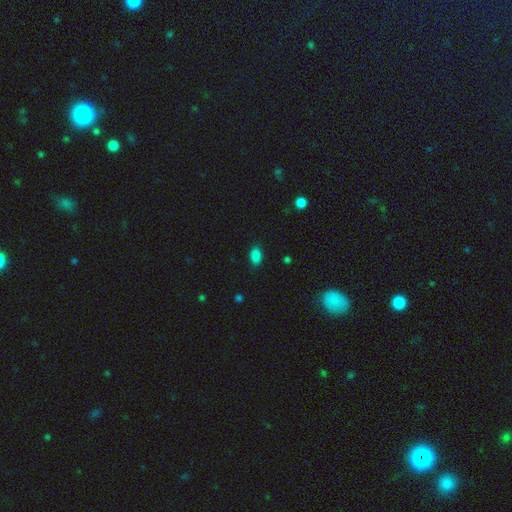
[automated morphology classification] This appears to be a smooth galaxy with no disk features (85%) that is in between round and cigar-shaped (89%). Merging: none (83%).